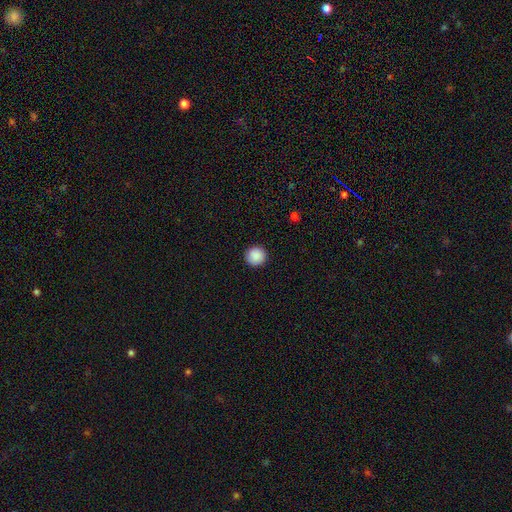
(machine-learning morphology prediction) Overall: smooth (89%). How rounded: round (95%). Merging: none (93%).